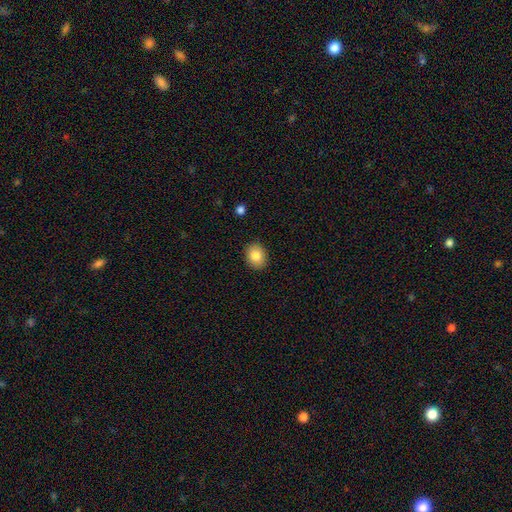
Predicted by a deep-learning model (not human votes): This appears to be a smooth galaxy with no disk features (83%) that is round (52%). Merging: none (90%).